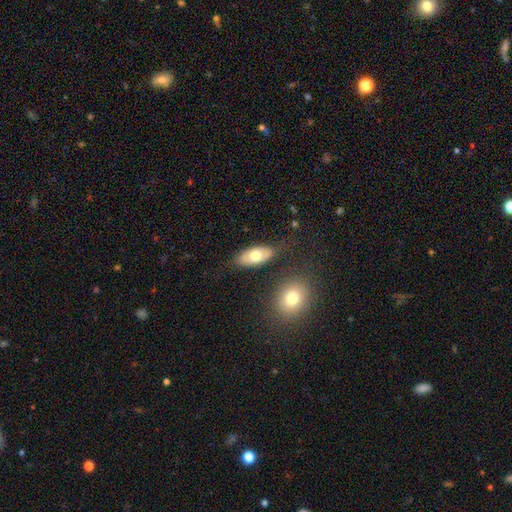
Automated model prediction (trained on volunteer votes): Overall: smooth (69%). How rounded: in between (88%). Merging: none (78%).